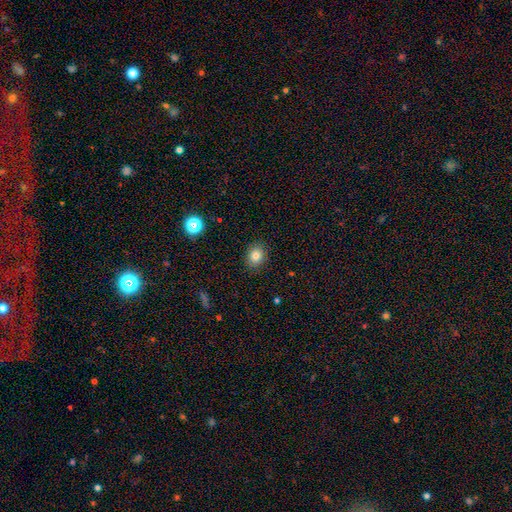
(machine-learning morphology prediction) Smooth or featured? Predicted: smooth (p=0.80). How rounded? Predicted: round (p=0.60). Merging? Predicted: none (p=0.89).